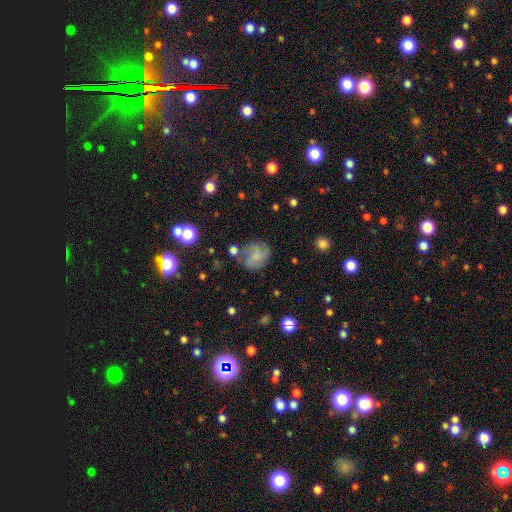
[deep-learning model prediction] smooth-or-featured: smooth: 58% | featured or disk: 32% | star or artifact: 11%
  how-rounded: round: 63% | in between: 36% | cigar-shaped: 1%
  merging: none: 54% | minor disturbance: 24% | major disturbance: 15% | merger: 7%